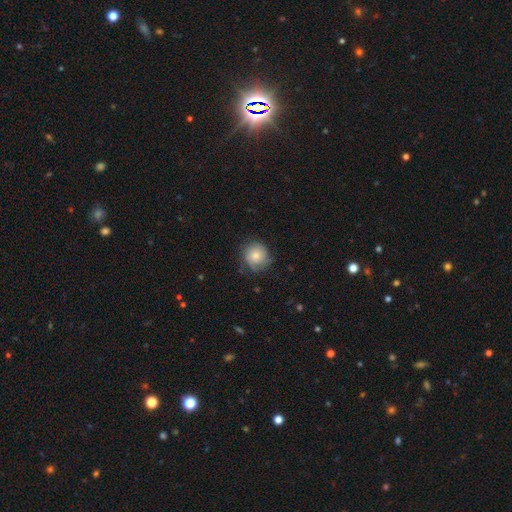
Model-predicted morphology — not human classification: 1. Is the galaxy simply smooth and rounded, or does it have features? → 66% smooth, 25% featured or disk, 9% star or artifact.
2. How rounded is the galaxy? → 92% round, 8% in between, 1% cigar-shaped.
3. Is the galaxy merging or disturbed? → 71% none, 21% minor disturbance, 6% major disturbance, 1% merger.